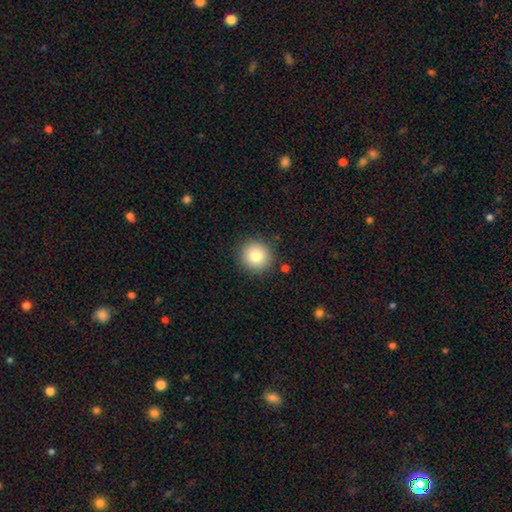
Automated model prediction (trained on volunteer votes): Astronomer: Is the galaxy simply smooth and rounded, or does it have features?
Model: smooth — 80%.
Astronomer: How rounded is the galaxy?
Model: round — 94%.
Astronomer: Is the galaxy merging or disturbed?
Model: none — 89%.